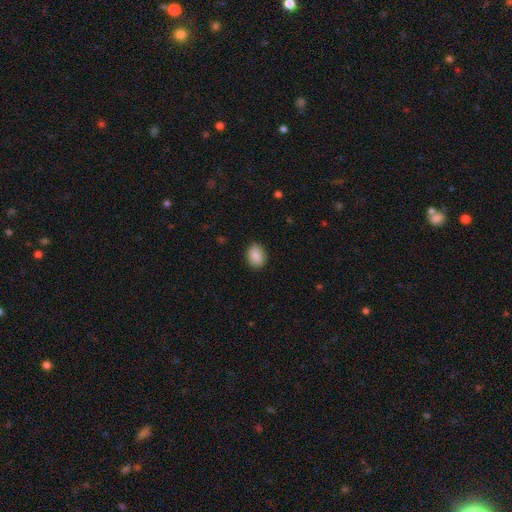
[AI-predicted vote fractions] smooth-or-featured: smooth: 87% | star or artifact: 7% | featured or disk: 6%
  how-rounded: in between: 64% | round: 34% | cigar-shaped: 1%
  merging: none: 87% | minor disturbance: 10% | major disturbance: 2% | merger: 1%